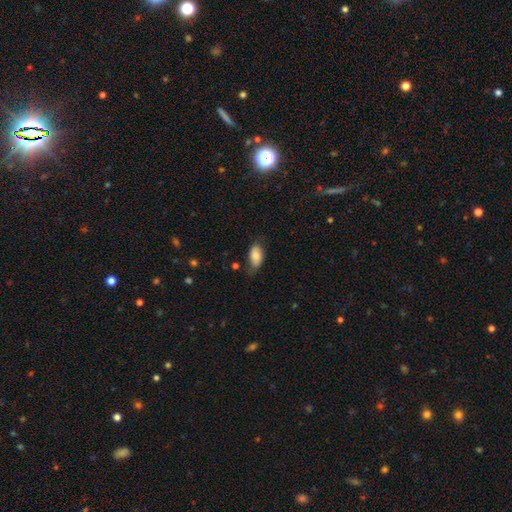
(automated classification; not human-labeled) Smooth or featured?
  - smooth: 79% *
  - featured or disk: 14%
  - star or artifact: 7%
How rounded?
  - in between: 93% *
  - round: 4%
  - cigar-shaped: 3%
Merging?
  - none: 64% *
  - minor disturbance: 28%
  - major disturbance: 6%
  - merger: 2%